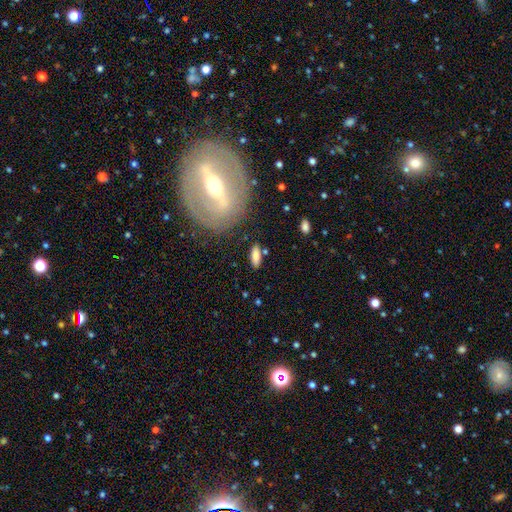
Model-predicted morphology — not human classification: Smooth or featured?
  - smooth: 79% *
  - featured or disk: 14%
  - star or artifact: 7%
How rounded?
  - in between: 68% *
  - cigar-shaped: 29%
  - round: 3%
Merging?
  - none: 82% *
  - minor disturbance: 11%
  - merger: 4%
  - major disturbance: 4%